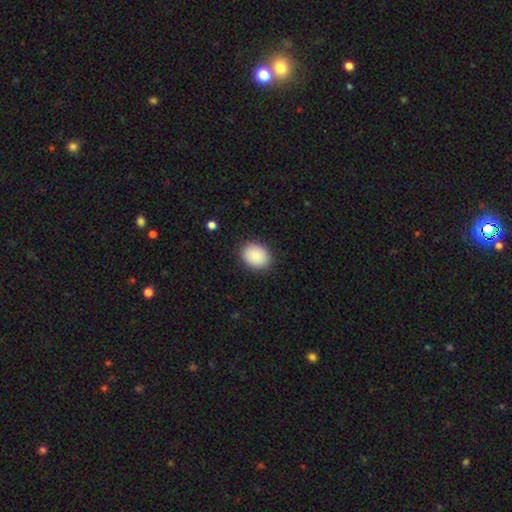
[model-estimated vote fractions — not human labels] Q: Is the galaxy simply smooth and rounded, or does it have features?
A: smooth — 87%.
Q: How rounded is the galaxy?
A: in between — 54%.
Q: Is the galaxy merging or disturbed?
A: none — 87%.